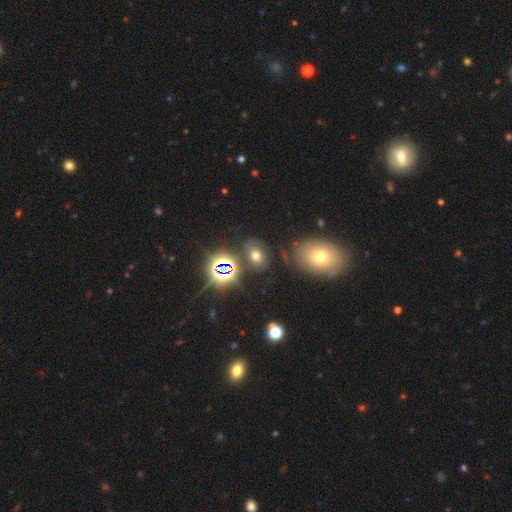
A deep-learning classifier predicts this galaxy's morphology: A smooth galaxy with no disk features (51%) that is in between round and cigar-shaped (71%). Merging: none (69%).